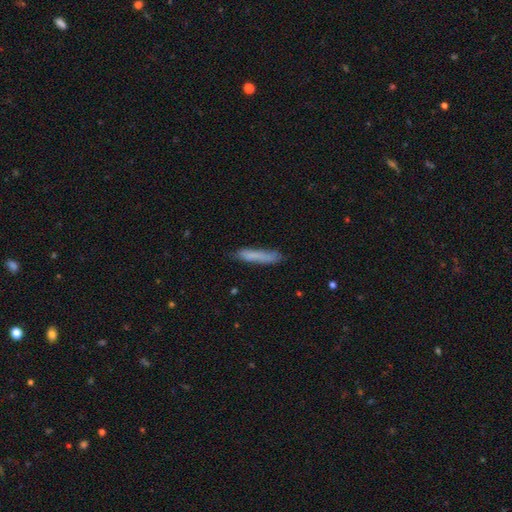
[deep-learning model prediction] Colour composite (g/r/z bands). It shows a smooth galaxy with no disk features (77%) that is cigar-shaped (91%). Merging: none (74%).